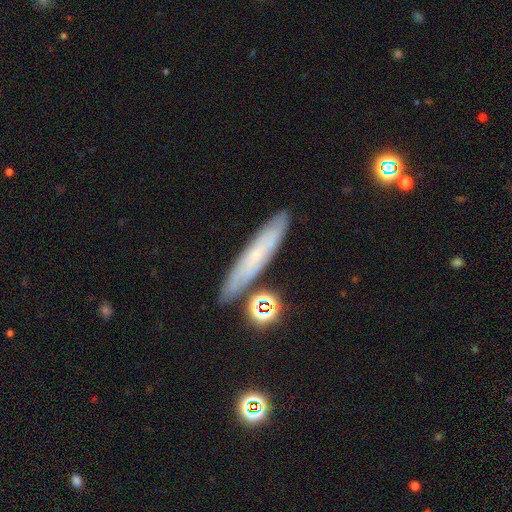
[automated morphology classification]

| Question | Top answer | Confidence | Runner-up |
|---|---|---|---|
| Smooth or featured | featured or disk | 45% | smooth (43%) |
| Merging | none | 82% | minor disturbance (11%) |